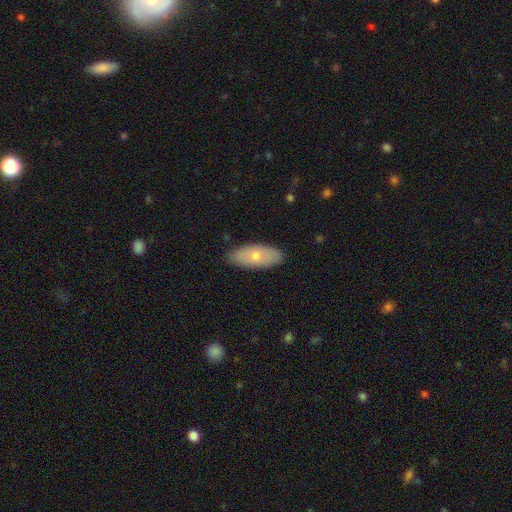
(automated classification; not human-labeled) Smooth or featured?
  - smooth: 68% *
  - featured or disk: 26%
  - star or artifact: 6%
How rounded?
  - in between: 85% *
  - cigar-shaped: 12%
  - round: 3%
Merging?
  - none: 86% *
  - minor disturbance: 11%
  - major disturbance: 2%
  - merger: 1%